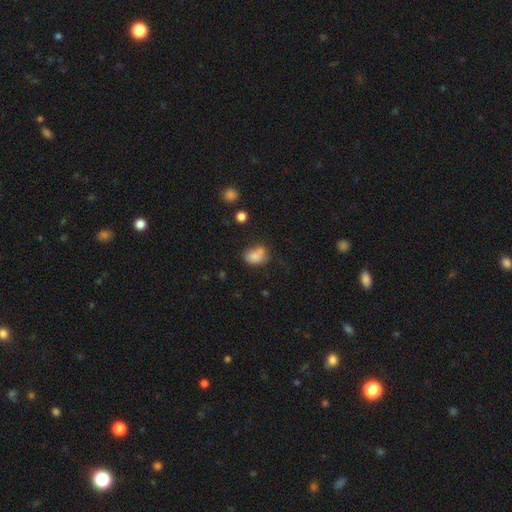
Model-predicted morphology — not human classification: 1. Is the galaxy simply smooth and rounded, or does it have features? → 79% smooth, 11% featured or disk, 10% star or artifact.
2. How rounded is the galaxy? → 69% in between, 30% round, 1% cigar-shaped.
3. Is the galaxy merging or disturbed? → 45% none, 25% merger, 21% minor disturbance, 8% major disturbance.